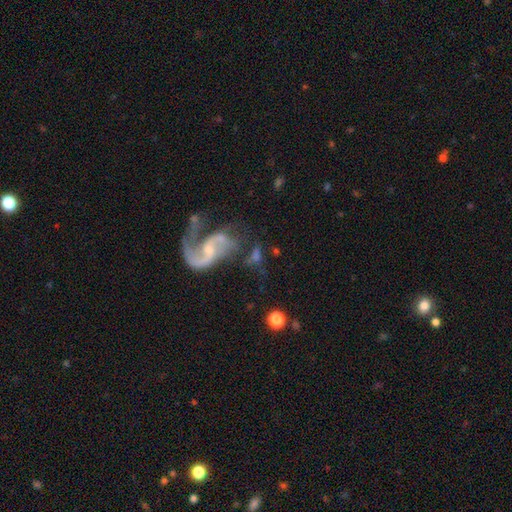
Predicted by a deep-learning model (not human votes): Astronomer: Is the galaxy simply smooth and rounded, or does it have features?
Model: featured or disk — 73%.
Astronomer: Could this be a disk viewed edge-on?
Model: no — 96%.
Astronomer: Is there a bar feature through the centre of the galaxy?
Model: weak — 47% (runner-up: no, 39%).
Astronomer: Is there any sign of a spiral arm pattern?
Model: yes — 89%.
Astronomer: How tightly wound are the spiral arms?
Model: loose — 65%.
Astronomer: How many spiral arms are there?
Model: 2 — 82%.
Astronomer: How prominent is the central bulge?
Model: small — 54%.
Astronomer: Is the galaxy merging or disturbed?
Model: none — 41% (runner-up: major disturbance, 25%).